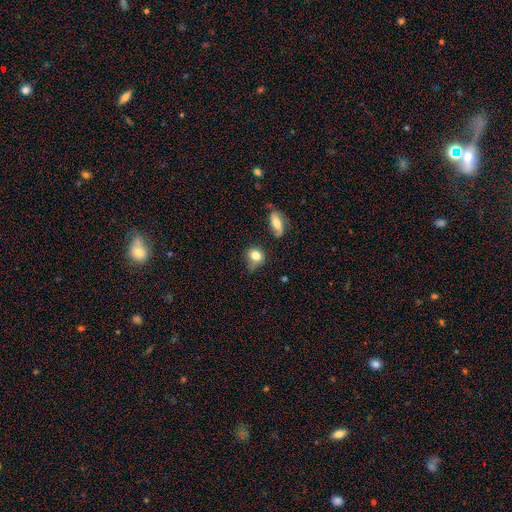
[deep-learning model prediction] Smooth or featured?
  - smooth: 79% *
  - featured or disk: 12%
  - star or artifact: 9%
How rounded?
  - round: 64% *
  - in between: 34%
  - cigar-shaped: 2%
Merging?
  - none: 49% *
  - minor disturbance: 32%
  - major disturbance: 12%
  - merger: 7%